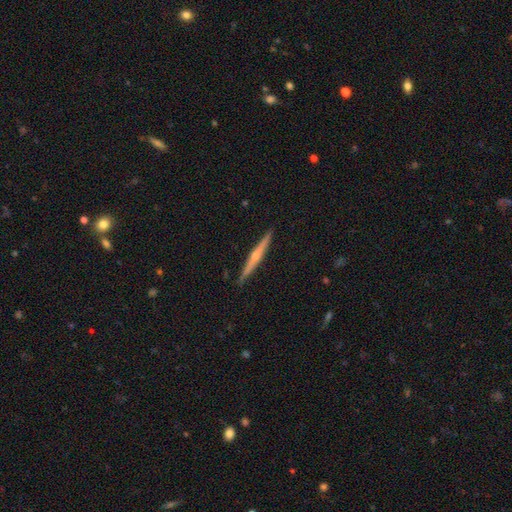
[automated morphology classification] smooth_or_featured: featured or disk (p=0.68) [alt: smooth p=0.27]
disk_edge_on: yes (p=0.98) [alt: no p=0.02]
edge_on_bulge: rounded (p=0.72) [alt: none p=0.22]
merging: none (p=0.91) [alt: minor disturbance p=0.07]